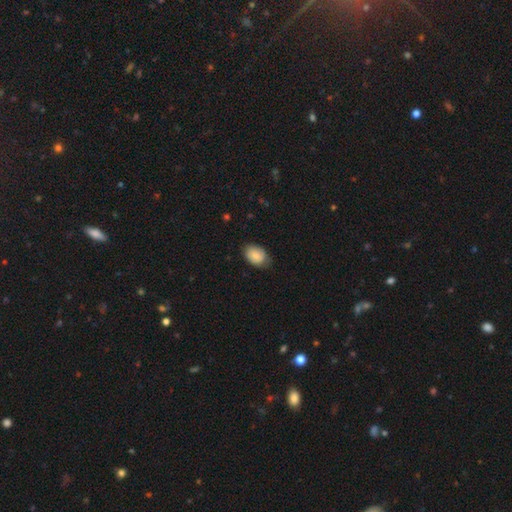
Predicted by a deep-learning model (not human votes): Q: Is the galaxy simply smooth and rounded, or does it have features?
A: smooth — 83%.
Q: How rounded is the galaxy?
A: in between — 80%.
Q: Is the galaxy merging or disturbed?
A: none — 71%.